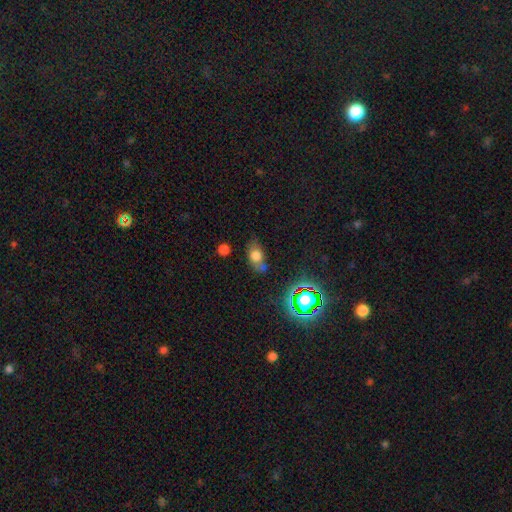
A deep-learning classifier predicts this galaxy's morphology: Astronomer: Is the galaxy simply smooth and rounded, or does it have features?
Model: smooth — 65%.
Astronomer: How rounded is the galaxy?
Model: in between — 78%.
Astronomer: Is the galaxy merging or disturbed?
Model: none — 53%.